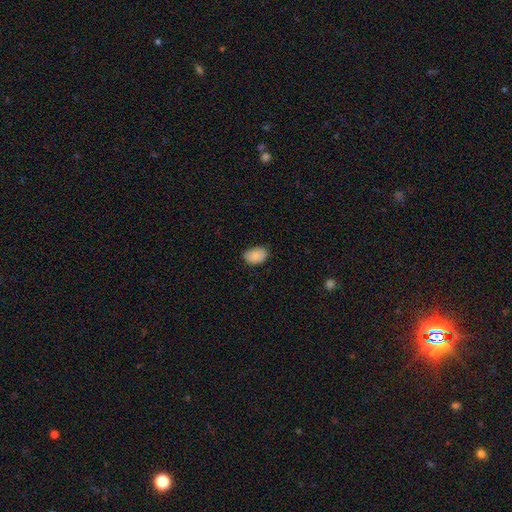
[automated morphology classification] This appears to be a smooth galaxy with no disk features (88%) that is in between round and cigar-shaped (86%). Merging: none (79%).